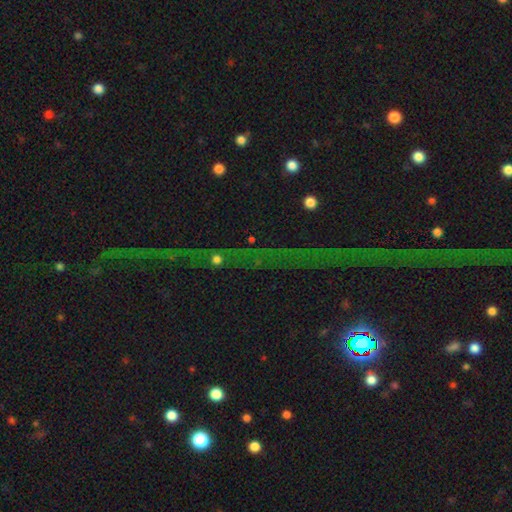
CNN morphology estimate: Smooth or featured? star or artifact (78%)